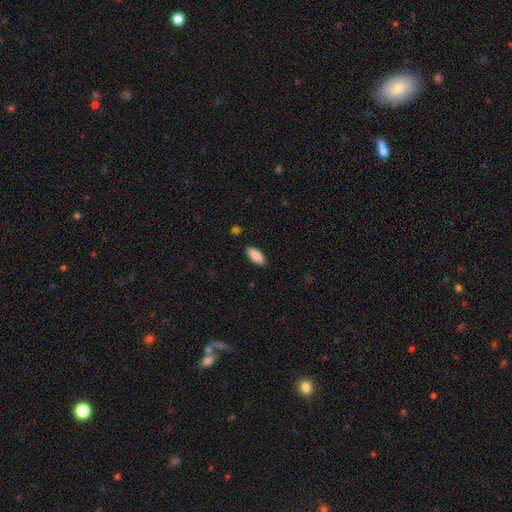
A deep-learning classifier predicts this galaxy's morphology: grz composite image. It shows a smooth galaxy with no disk features (90%) that is in between round and cigar-shaped (83%). Merging: none (88%).